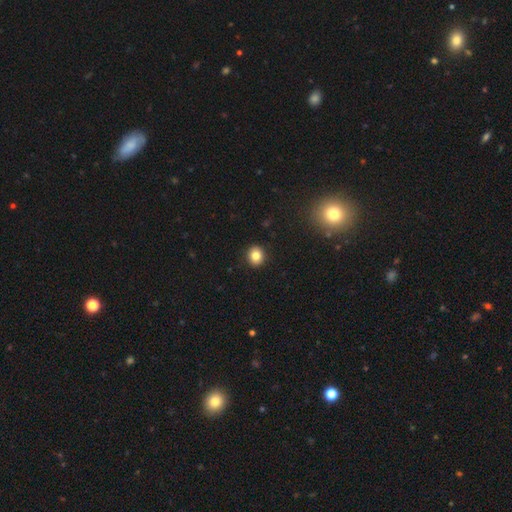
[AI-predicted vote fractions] This appears to be a smooth galaxy with no disk features (82%) that is round (81%). Merging: none (91%).